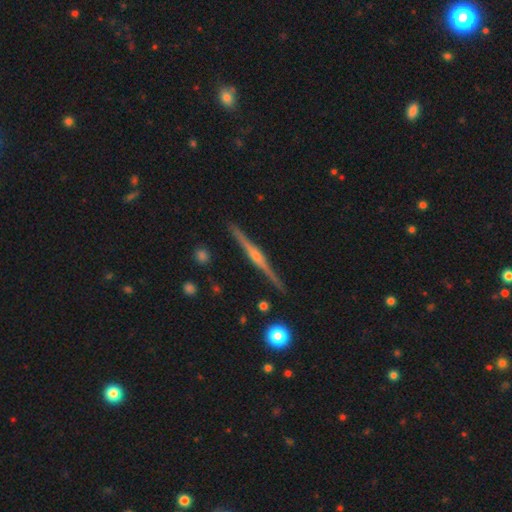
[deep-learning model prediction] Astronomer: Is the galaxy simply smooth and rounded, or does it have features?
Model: featured or disk — 86%.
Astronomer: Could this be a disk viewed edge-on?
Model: yes — 99%.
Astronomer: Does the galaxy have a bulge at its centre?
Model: rounded — 83%.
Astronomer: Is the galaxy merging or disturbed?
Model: none — 92%.